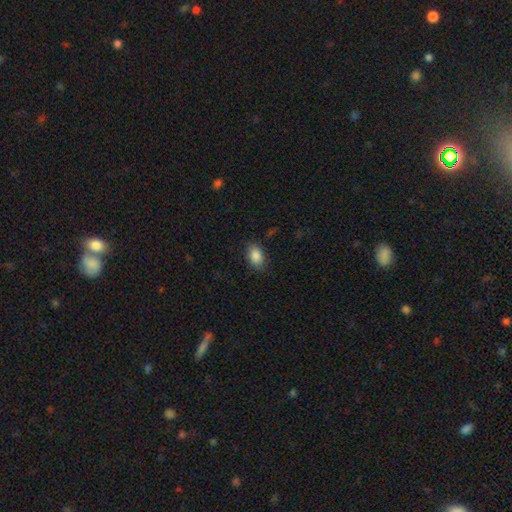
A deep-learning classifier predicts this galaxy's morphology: Overall: smooth (87%). How rounded: in between (87%). Merging: none (82%).